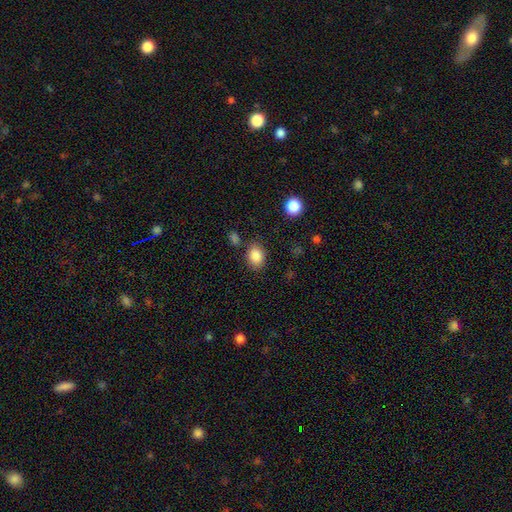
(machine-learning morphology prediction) type=smooth (86%); roundness=in between (65%); merging=none (80%).